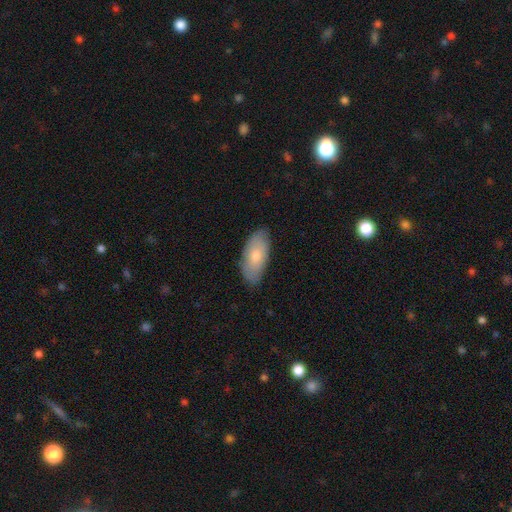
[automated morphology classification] This is likely a smooth galaxy (71%). How rounded: clearly in between (91%). Merging: clearly none (81%).